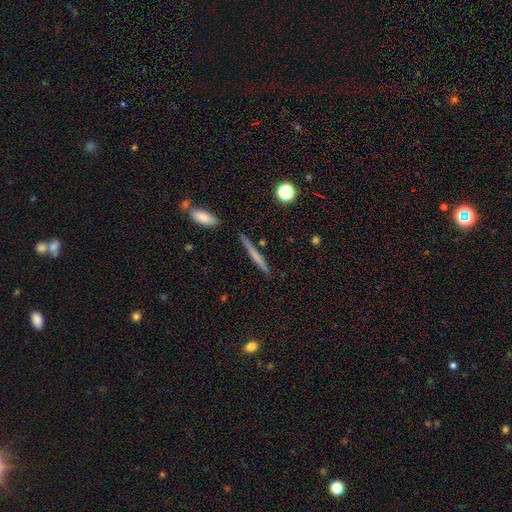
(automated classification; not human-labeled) Smooth or featured?
  - smooth: 53% *
  - featured or disk: 39%
  - star or artifact: 7%
How rounded?
  - cigar-shaped: 94% *
  - in between: 4%
  - round: 3%
Merging?
  - none: 88% *
  - minor disturbance: 8%
  - merger: 3%
  - major disturbance: 2%